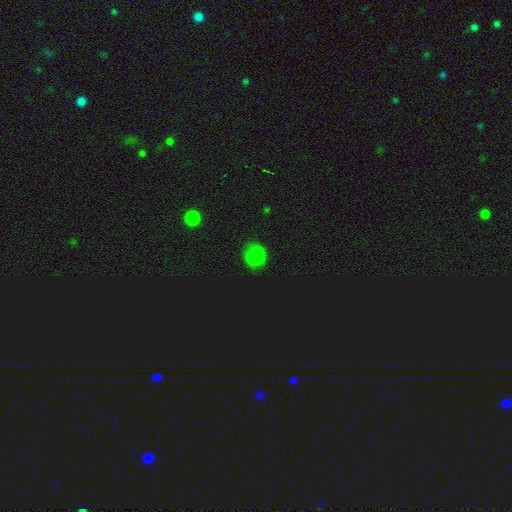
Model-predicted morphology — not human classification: Smooth or featured?
  - smooth: 70% *
  - star or artifact: 25%
  - featured or disk: 6%
How rounded?
  - round: 81% *
  - in between: 17%
  - cigar-shaped: 1%
Merging?
  - none: 79% *
  - minor disturbance: 16%
  - major disturbance: 4%
  - merger: 2%